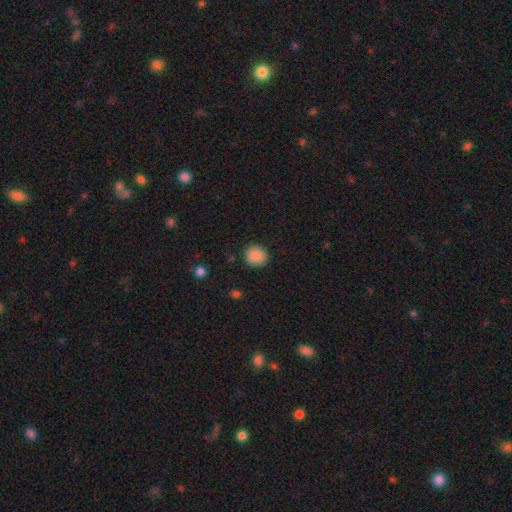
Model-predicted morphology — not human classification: smooth-or-featured: smooth: 87% | star or artifact: 9% | featured or disk: 5%
  how-rounded: round: 84% | in between: 15% | cigar-shaped: 1%
  merging: none: 89% | minor disturbance: 8% | major disturbance: 2% | merger: 1%